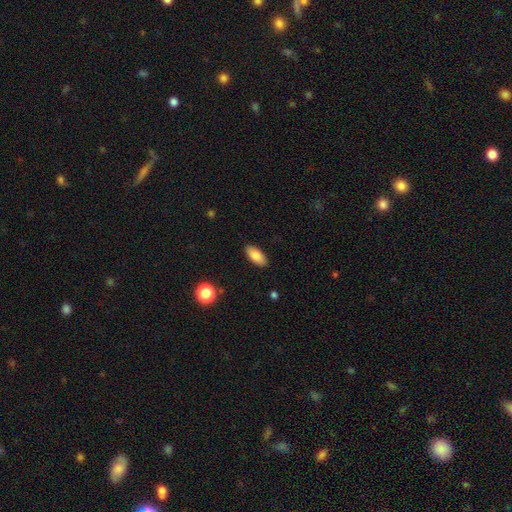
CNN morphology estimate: smooth-or-featured: smooth: 85% | featured or disk: 8% | star or artifact: 7%
  how-rounded: in between: 87% | cigar-shaped: 10% | round: 2%
  merging: none: 88% | minor disturbance: 8% | major disturbance: 2% | merger: 1%